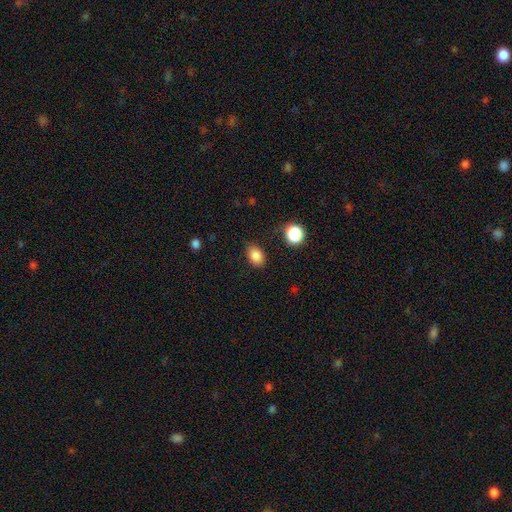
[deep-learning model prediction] This appears to be a smooth galaxy with no disk features (85%) that is in between round and cigar-shaped (78%). Merging: none (84%).